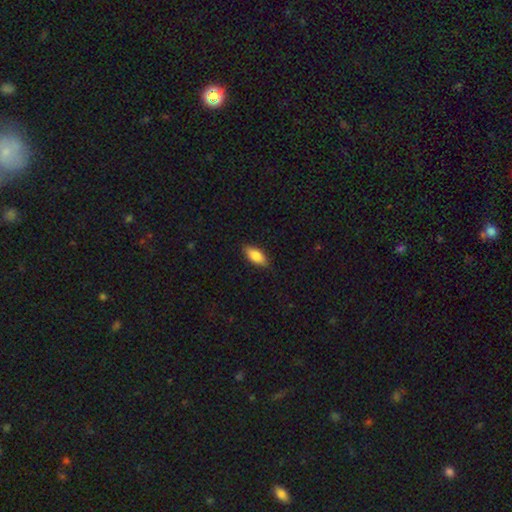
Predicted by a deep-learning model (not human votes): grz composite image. It shows a smooth galaxy with no disk features (83%) that is in between round and cigar-shaped (83%). Merging: none (85%).